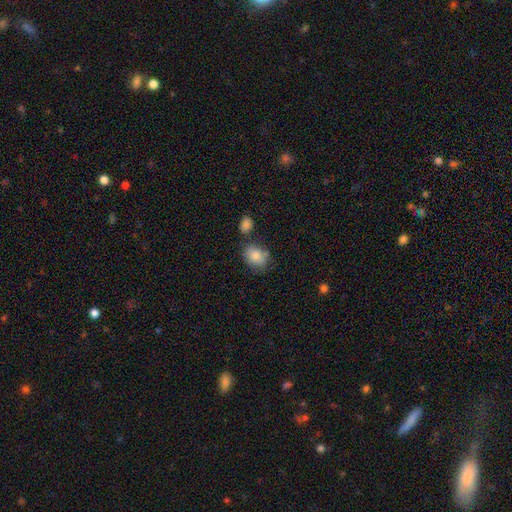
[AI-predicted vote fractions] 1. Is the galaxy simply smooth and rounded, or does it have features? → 82% smooth, 9% featured or disk, 8% star or artifact.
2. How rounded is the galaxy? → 57% in between, 42% round, 1% cigar-shaped.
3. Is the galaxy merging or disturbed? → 63% none, 20% minor disturbance, 12% merger, 5% major disturbance.